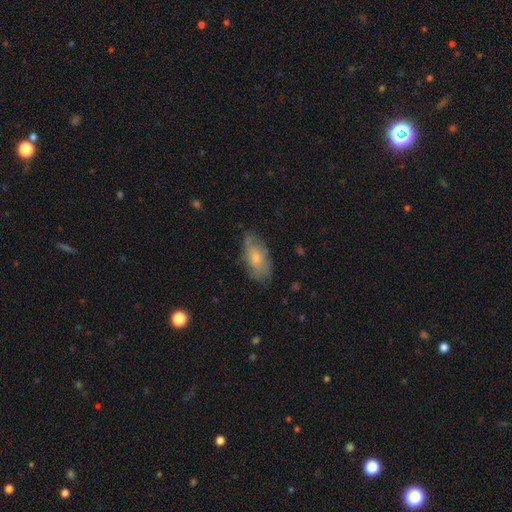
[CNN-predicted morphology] A smooth galaxy with no disk features (59%) that is in between round and cigar-shaped (87%). Merging: none (70%).